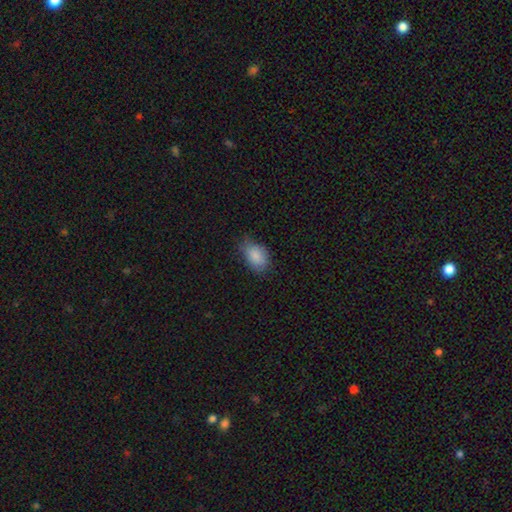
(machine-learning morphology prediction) A smooth galaxy with no disk features (87%) that is in between round and cigar-shaped (88%).

Vote fractions:
- Smooth or featured? smooth: 87% / star or artifact: 7% / featured or disk: 6%
- How rounded? in between: 88% / round: 11% / cigar-shaped: 2%
- Merging? none: 62% / minor disturbance: 30% / major disturbance: 6% / merger: 1%